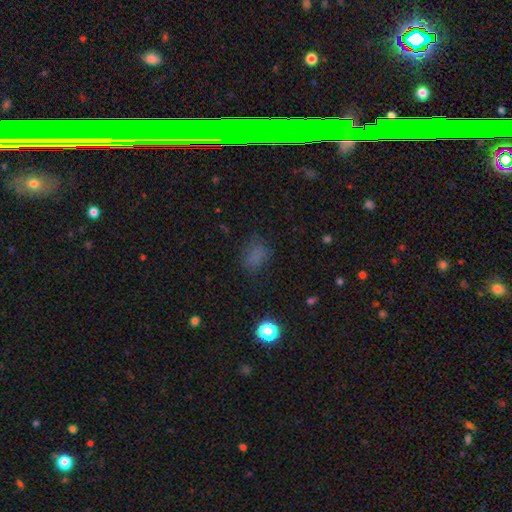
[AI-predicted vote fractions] This appears to be a smooth galaxy with no disk features (70%) that is in between round and cigar-shaped (65%). Merging: none (68%).